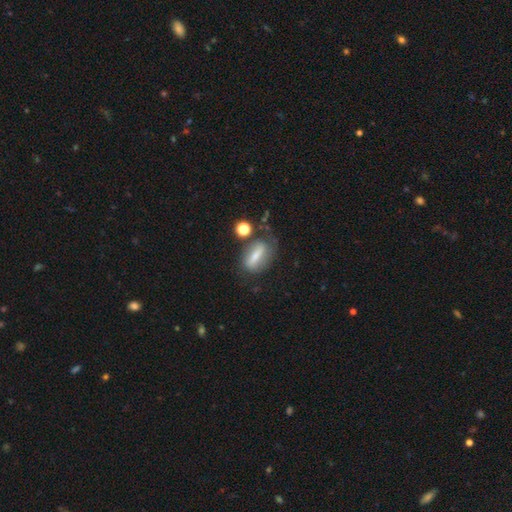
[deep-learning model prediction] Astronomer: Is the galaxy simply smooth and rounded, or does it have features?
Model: smooth — 52% (runner-up: featured or disk, 38%).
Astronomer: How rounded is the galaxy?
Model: in between — 59%.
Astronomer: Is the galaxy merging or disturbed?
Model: none — 59%.